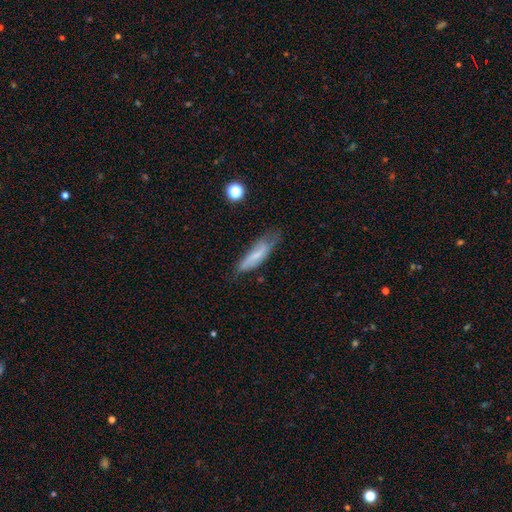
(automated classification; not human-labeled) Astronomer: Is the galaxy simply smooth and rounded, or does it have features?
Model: smooth — 62%.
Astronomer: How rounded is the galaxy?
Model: cigar-shaped — 56% (runner-up: in between, 42%).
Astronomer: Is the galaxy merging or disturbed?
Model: none — 50% (runner-up: minor disturbance, 33%).